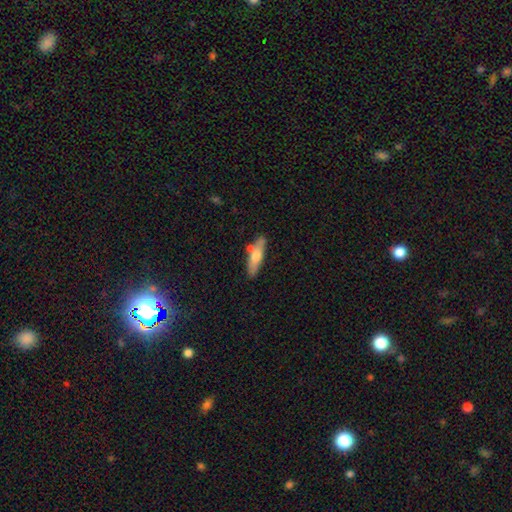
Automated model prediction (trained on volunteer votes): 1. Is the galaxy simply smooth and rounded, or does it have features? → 60% smooth, 34% featured or disk, 6% star or artifact.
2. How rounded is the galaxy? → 61% cigar-shaped, 37% in between, 2% round.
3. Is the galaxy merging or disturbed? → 70% none, 15% minor disturbance, 11% merger, 3% major disturbance.